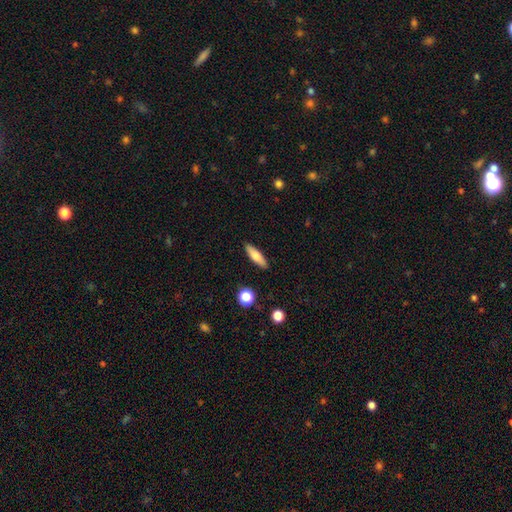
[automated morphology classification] A smooth galaxy with no disk features (72%) that is cigar-shaped (62%).

Vote fractions:
- Smooth or featured? smooth: 72% / featured or disk: 21% / star or artifact: 7%
- How rounded? cigar-shaped: 62% / in between: 36% / round: 2%
- Merging? none: 89% / minor disturbance: 8% / major disturbance: 2% / merger: 1%